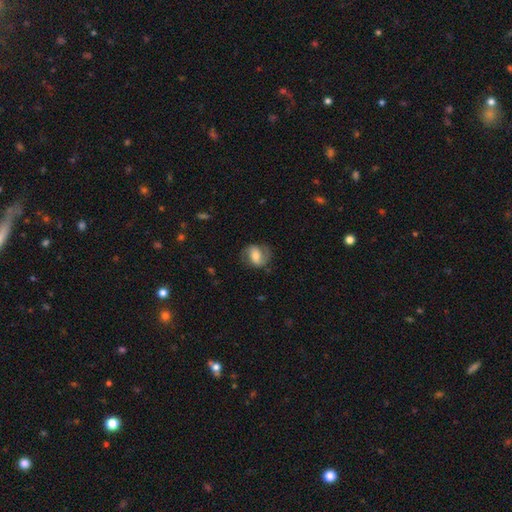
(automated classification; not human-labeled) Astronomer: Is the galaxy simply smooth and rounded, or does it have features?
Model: featured or disk — 69%.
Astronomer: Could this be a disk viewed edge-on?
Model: no — 97%.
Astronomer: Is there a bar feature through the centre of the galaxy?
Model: weak — 41% (runner-up: no, 36%).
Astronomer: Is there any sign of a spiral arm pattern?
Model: yes — 91%.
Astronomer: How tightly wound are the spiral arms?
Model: medium — 48% (runner-up: loose, 29%).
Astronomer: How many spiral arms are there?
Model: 2 — 86%.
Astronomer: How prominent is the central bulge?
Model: moderate — 60%.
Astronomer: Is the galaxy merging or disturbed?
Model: none — 75%.